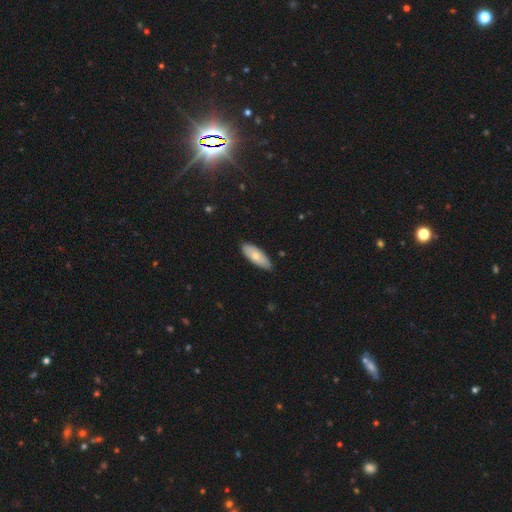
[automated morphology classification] A smooth galaxy with no disk features (72%) that is in between round and cigar-shaped (79%). Merging: none (85%).